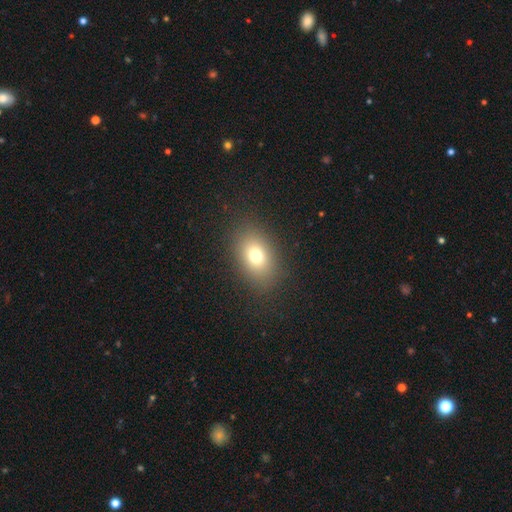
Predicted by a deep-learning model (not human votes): A smooth galaxy with no disk features (73%) that is in between round and cigar-shaped (74%).

Vote fractions:
- Smooth or featured? smooth: 73% / star or artifact: 14% / featured or disk: 13%
- How rounded? in between: 74% / round: 25% / cigar-shaped: 1%
- Merging? none: 86% / minor disturbance: 9% / major disturbance: 4% / merger: 1%